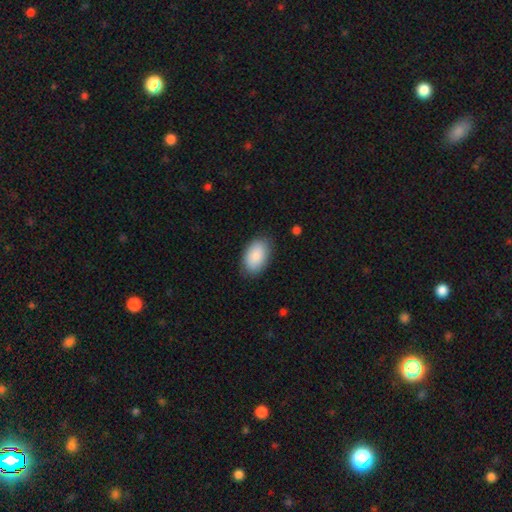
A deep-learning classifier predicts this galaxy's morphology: Q: Smooth or featured?
A: smooth (88%); runner-up: featured or disk (6%)
Q: How rounded?
A: in between (94%); runner-up: round (5%)
Q: Merging?
A: none (83%); runner-up: minor disturbance (13%)